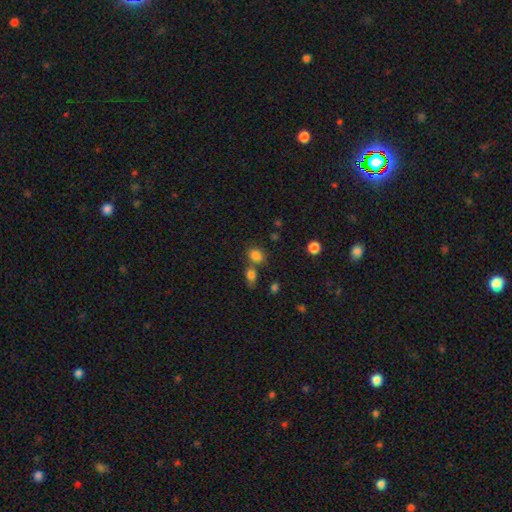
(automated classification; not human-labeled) A smooth galaxy with no disk features (81%) that is in between round and cigar-shaped (57%).

Vote fractions:
- Smooth or featured? smooth: 81% / star or artifact: 12% / featured or disk: 6%
- How rounded? in between: 57% / round: 42% / cigar-shaped: 1%
- Merging? none: 54% / merger: 30% / minor disturbance: 12% / major disturbance: 5%